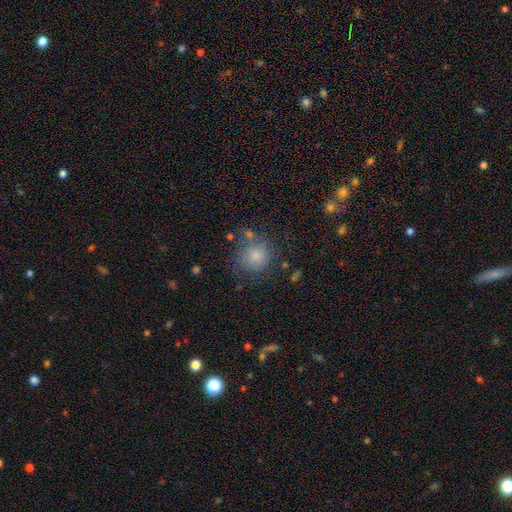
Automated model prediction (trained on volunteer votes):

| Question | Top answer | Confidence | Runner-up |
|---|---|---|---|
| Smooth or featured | smooth | 82% | star or artifact (10%) |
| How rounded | round | 88% | in between (11%) |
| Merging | none | 71% | minor disturbance (16%) |